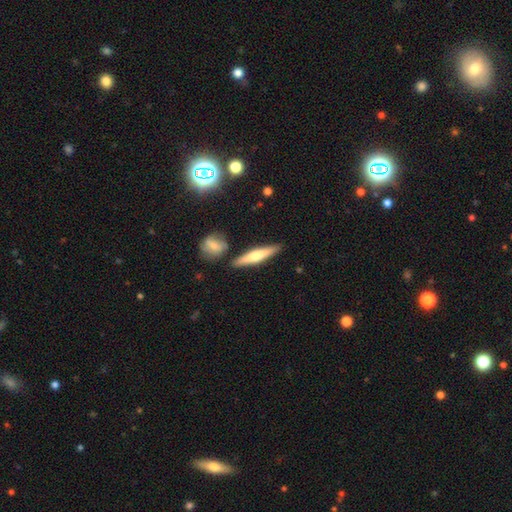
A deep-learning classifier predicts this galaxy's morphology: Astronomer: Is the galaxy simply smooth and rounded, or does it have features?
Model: smooth — 49% (runner-up: featured or disk, 45%).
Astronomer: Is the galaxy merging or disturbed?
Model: none — 84%.